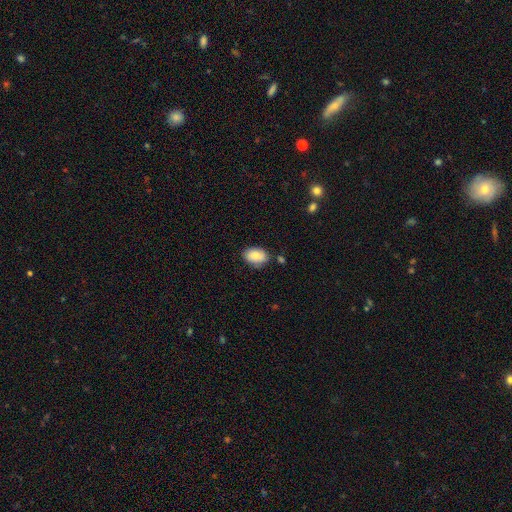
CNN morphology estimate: This is clearly a smooth galaxy (83%). How rounded: clearly in between (87%). Merging: likely none (76%).